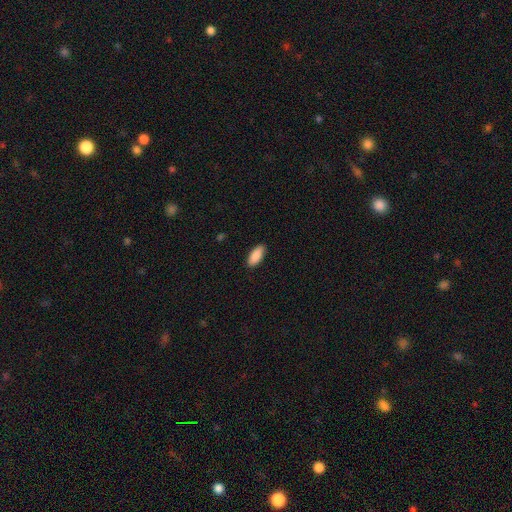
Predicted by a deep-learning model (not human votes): Overall: smooth (90%). How rounded: in between (83%). Merging: none (90%).